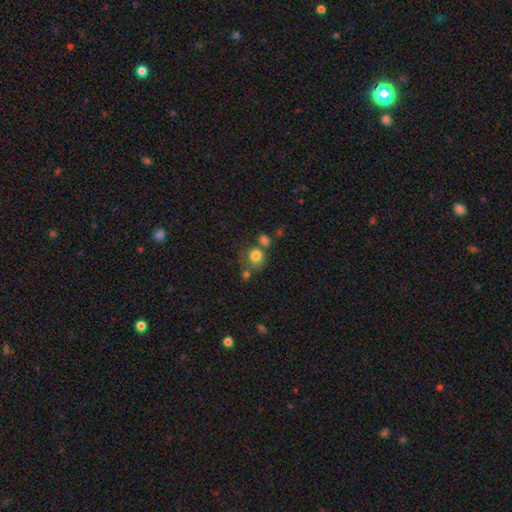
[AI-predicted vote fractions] smooth 79%, star or artifact 11%, featured or disk 10%. Down the decision tree: how rounded — round (79%); merging — none (48%).